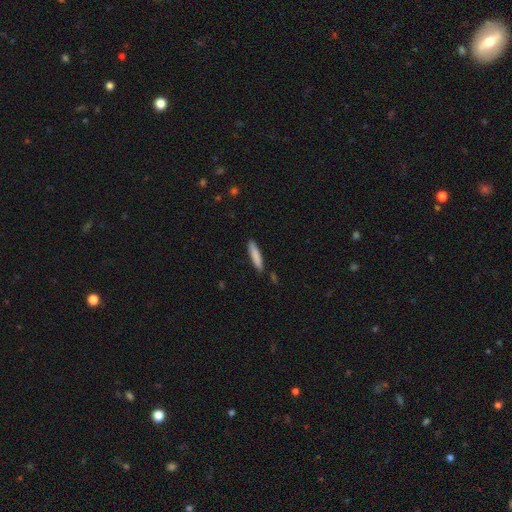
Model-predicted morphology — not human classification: This is clearly a smooth galaxy (83%). How rounded: clearly cigar-shaped (87%). Merging: clearly none (85%).